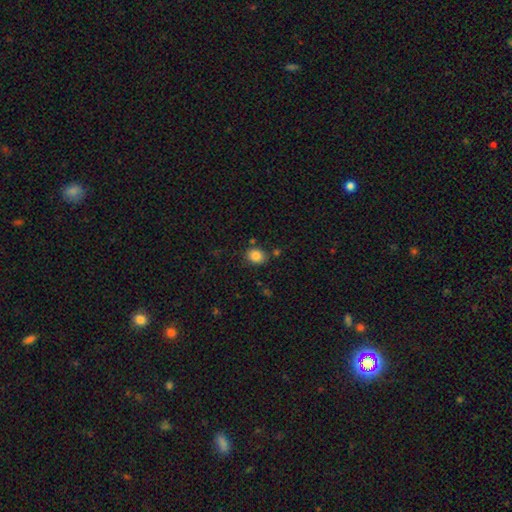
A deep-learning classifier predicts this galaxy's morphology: A smooth galaxy with no disk features (86%) that is round (51%).

Vote fractions:
- Smooth or featured? smooth: 86% / star or artifact: 10% / featured or disk: 5%
- How rounded? round: 51% / in between: 48% / cigar-shaped: 1%
- Merging? none: 78% / minor disturbance: 12% / merger: 6% / major disturbance: 4%